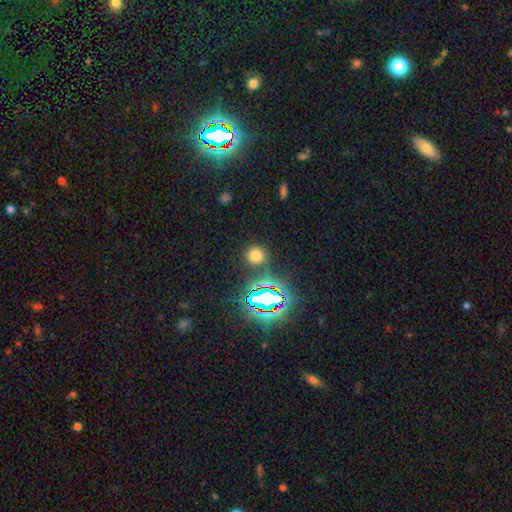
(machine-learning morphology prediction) A smooth galaxy with no disk features (66%) that is round (92%). Merging: none (86%).